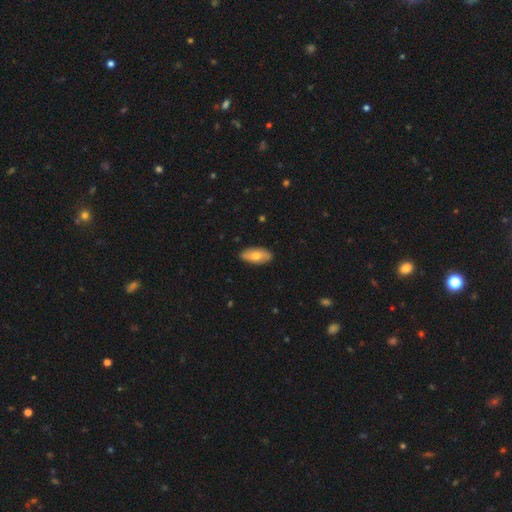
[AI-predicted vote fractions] A smooth galaxy with no disk features (67%) that is in between round and cigar-shaped (88%).

Vote fractions:
- Smooth or featured? smooth: 67% / featured or disk: 28% / star or artifact: 6%
- How rounded? in between: 88% / cigar-shaped: 9% / round: 3%
- Merging? none: 89% / minor disturbance: 9% / major disturbance: 2% / merger: 1%